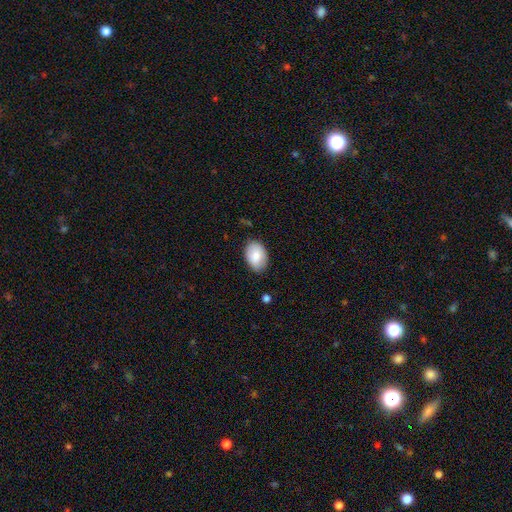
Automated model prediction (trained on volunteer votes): Smooth or featured? Predicted: smooth (p=0.86). How rounded? Predicted: in between (p=0.87). Merging? Predicted: none (p=0.81).